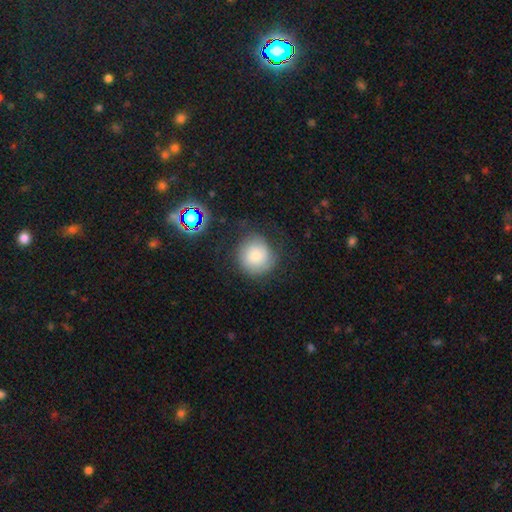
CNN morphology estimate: The model was most divided on "merging": none: 67%, minor disturbance: 20%, major disturbance: 11%, merger: 2%. More confident: how rounded — round (91%); smooth or featured — smooth (75%).